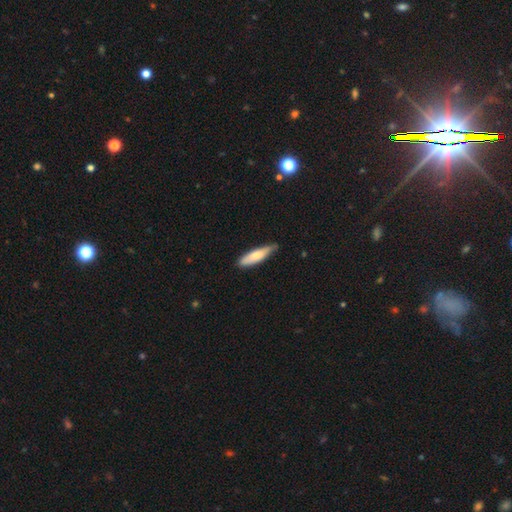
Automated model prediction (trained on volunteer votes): A smooth galaxy with no disk features (72%) that is cigar-shaped (70%). Merging: none (70%).